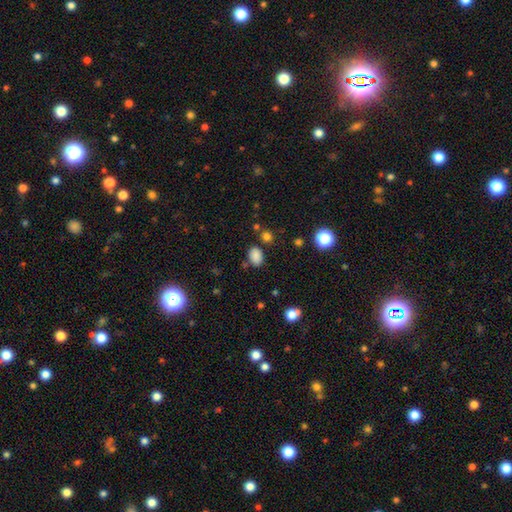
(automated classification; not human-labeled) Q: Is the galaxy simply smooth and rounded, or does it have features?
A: smooth — 83%.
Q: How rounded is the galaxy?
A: in between — 75%.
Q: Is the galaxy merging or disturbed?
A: none — 77%.